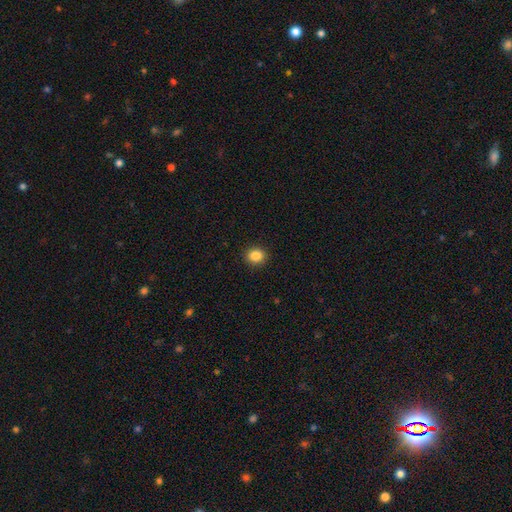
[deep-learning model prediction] Smooth or featured?
  - smooth: 86% *
  - star or artifact: 10%
  - featured or disk: 4%
How rounded?
  - round: 78% *
  - in between: 21%
  - cigar-shaped: 1%
Merging?
  - none: 92% *
  - minor disturbance: 6%
  - major disturbance: 2%
  - merger: 1%